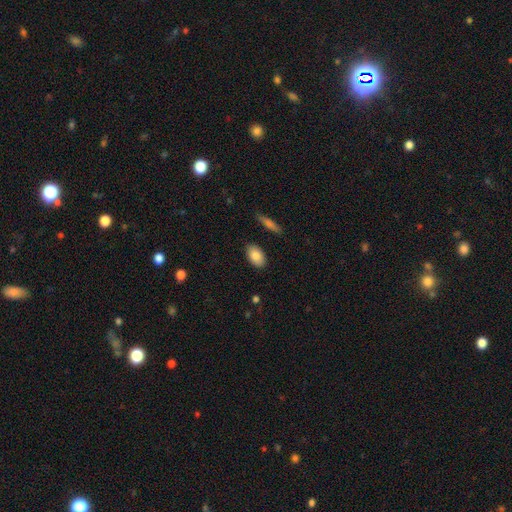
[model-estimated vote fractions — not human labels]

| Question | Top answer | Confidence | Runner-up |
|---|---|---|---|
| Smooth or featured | smooth | 86% | featured or disk (8%) |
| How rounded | in between | 91% | round (6%) |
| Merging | none | 86% | minor disturbance (10%) |